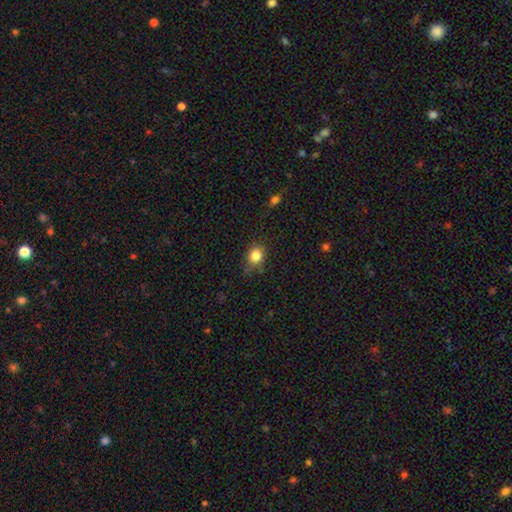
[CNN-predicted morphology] smooth-or-featured: smooth: 82% | star or artifact: 11% | featured or disk: 6%
  how-rounded: round: 70% | in between: 29% | cigar-shaped: 1%
  merging: none: 76% | minor disturbance: 18% | major disturbance: 4% | merger: 2%